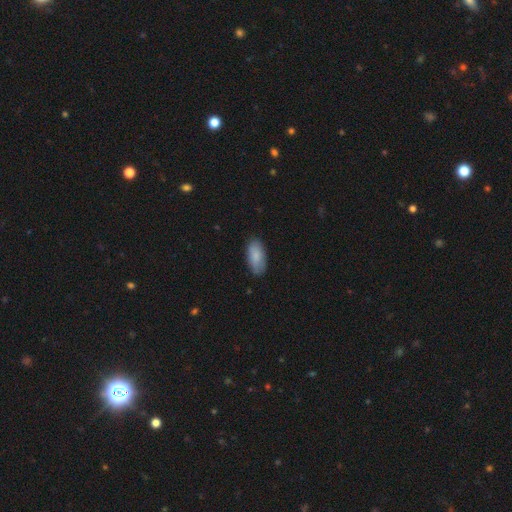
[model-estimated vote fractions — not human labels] Q: Smooth or featured?
A: smooth (86%); runner-up: featured or disk (8%)
Q: How rounded?
A: in between (92%); runner-up: cigar-shaped (6%)
Q: Merging?
A: none (83%); runner-up: minor disturbance (14%)